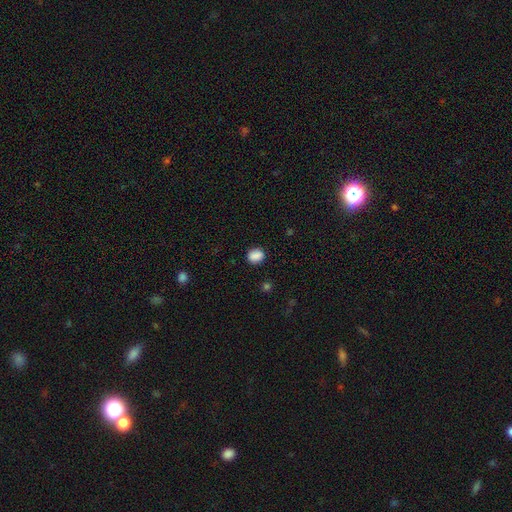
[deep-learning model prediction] A smooth galaxy with no disk features (85%) that is round (54%).

Vote fractions:
- Smooth or featured? smooth: 85% / star or artifact: 10% / featured or disk: 6%
- How rounded? round: 54% / in between: 45% / cigar-shaped: 1%
- Merging? none: 82% / minor disturbance: 13% / major disturbance: 3% / merger: 2%